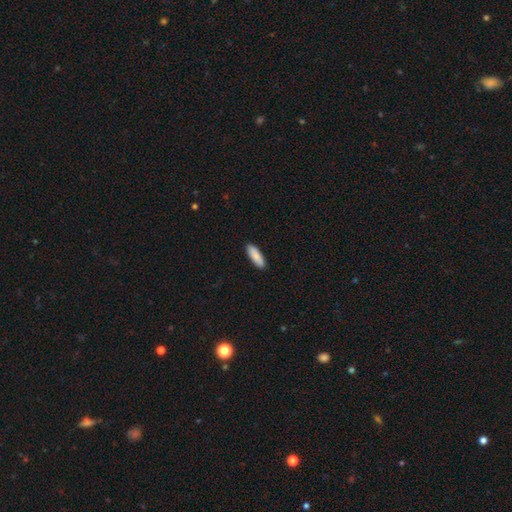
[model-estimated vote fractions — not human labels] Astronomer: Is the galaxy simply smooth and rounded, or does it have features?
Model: smooth — 88%.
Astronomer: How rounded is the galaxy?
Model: in between — 52% (runner-up: cigar-shaped, 47%).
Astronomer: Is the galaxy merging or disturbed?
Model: none — 91%.